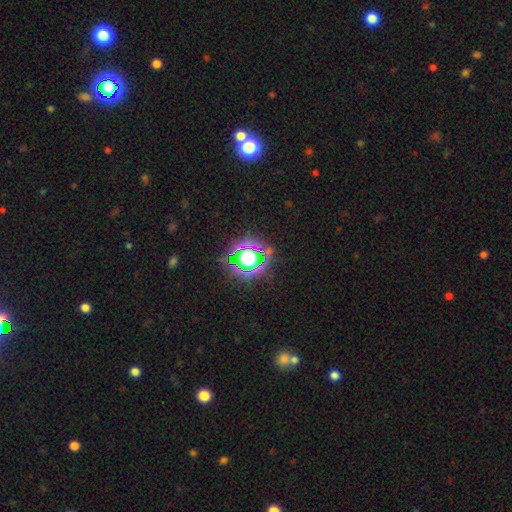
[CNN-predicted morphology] Smooth or featured? star or artifact (68%)